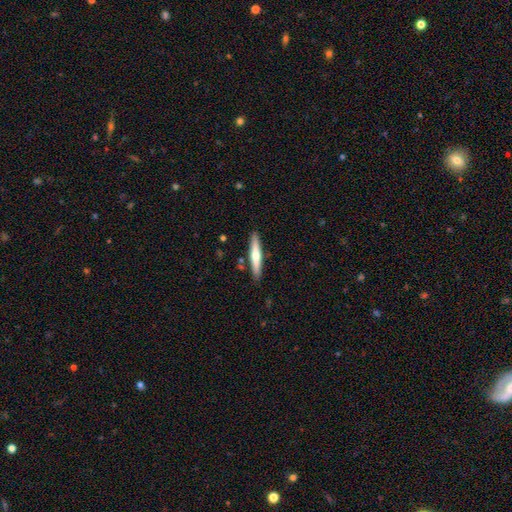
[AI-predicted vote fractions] Overall: smooth (48%; featured or disk 46%). Merging: none (88%).